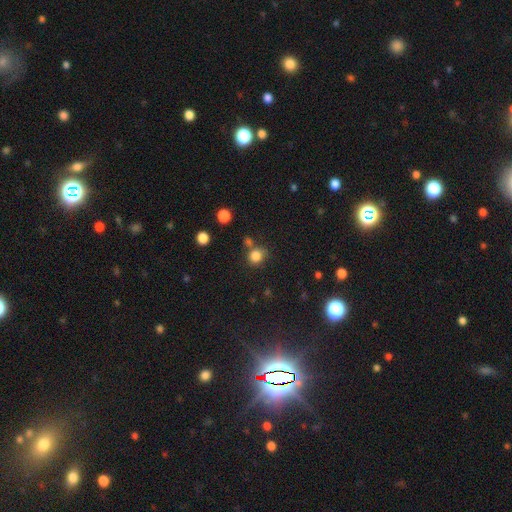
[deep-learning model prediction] smooth 82%, star or artifact 13%, featured or disk 5%. Down the decision tree: how rounded — round (82%); merging — none (68%).